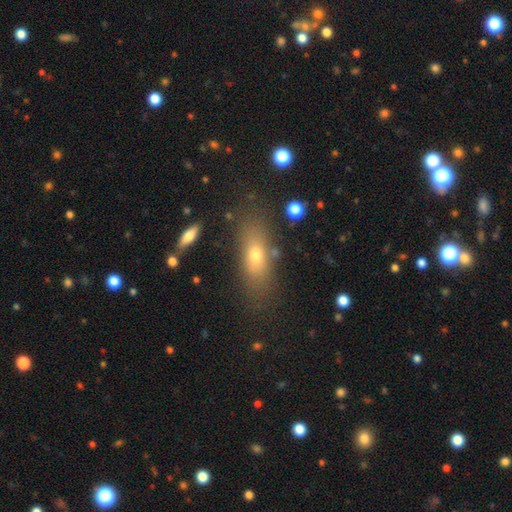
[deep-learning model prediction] A smooth galaxy with no disk features (66%) that is in between round and cigar-shaped (66%). Merging: none (73%).